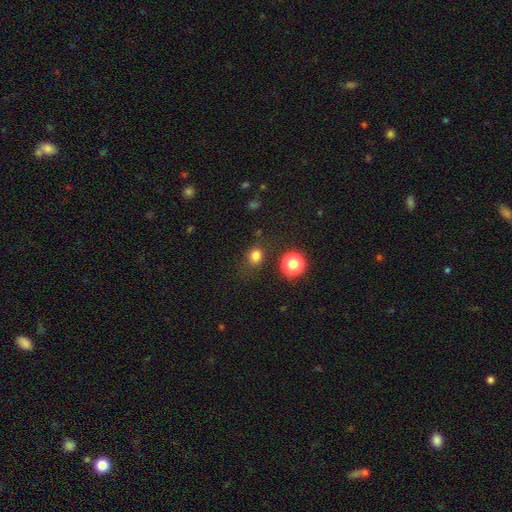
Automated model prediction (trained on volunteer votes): This appears to be a smooth galaxy with no disk features (78%) that is round (64%). Merging: none (74%).